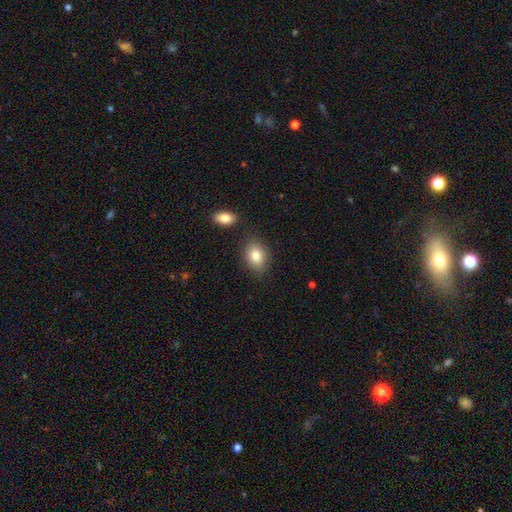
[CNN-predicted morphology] A smooth galaxy with no disk features (83%) that is in between round and cigar-shaped (74%). Merging: none (79%).